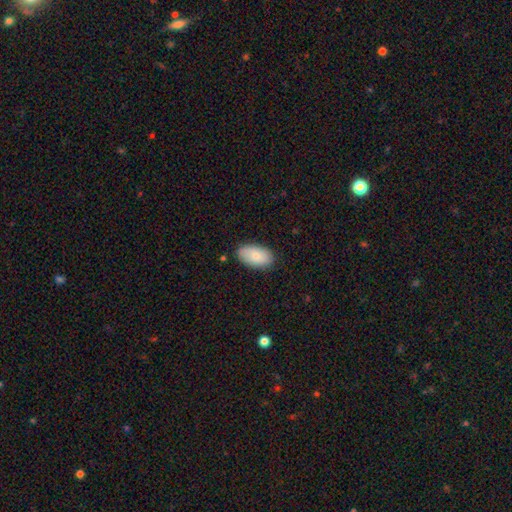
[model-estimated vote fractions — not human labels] A smooth galaxy with no disk features (78%) that is in between round and cigar-shaped (94%). Merging: none (84%).